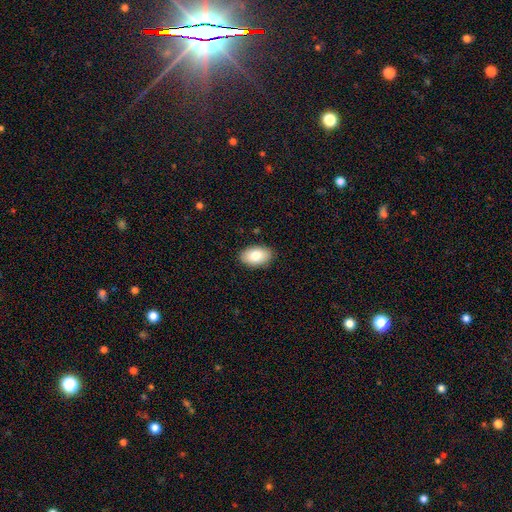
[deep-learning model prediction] Morphology: type=smooth (82%); roundness=in between (91%); merging=none (88%).